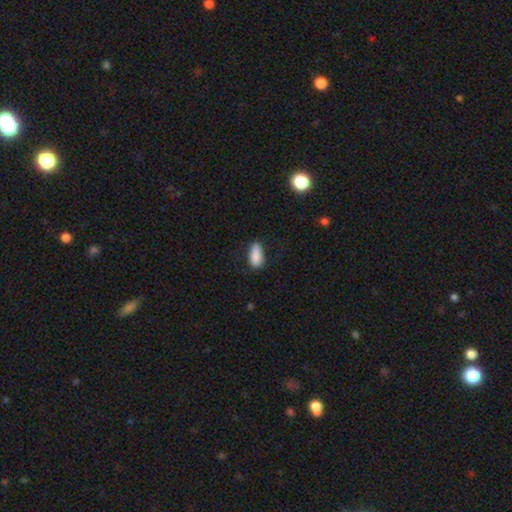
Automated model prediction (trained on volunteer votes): This is clearly a smooth galaxy (88%). How rounded: clearly in between (83%). Merging: likely none (74%).